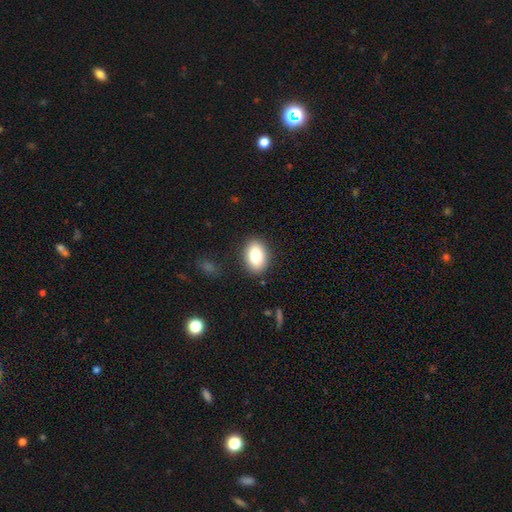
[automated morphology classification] A smooth galaxy with no disk features (83%) that is in between round and cigar-shaped (86%).

Vote fractions:
- Smooth or featured? smooth: 83% / featured or disk: 9% / star or artifact: 8%
- How rounded? in between: 86% / round: 13% / cigar-shaped: 1%
- Merging? none: 87% / minor disturbance: 9% / major disturbance: 3% / merger: 1%